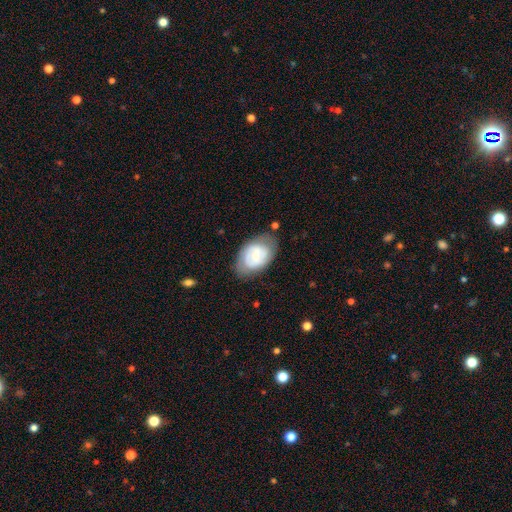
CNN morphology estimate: Smooth or featured: featured or disk — 53% (smooth — 41%)
Edge-on disk: no — 95% (yes — 5%)
Bar: no — 48% (weak — 40%)
Spiral arms: yes — 61% (no — 39%)
Bulge size: small — 58% (moderate — 33%)
Merging: none — 68% (minor disturbance — 22%)